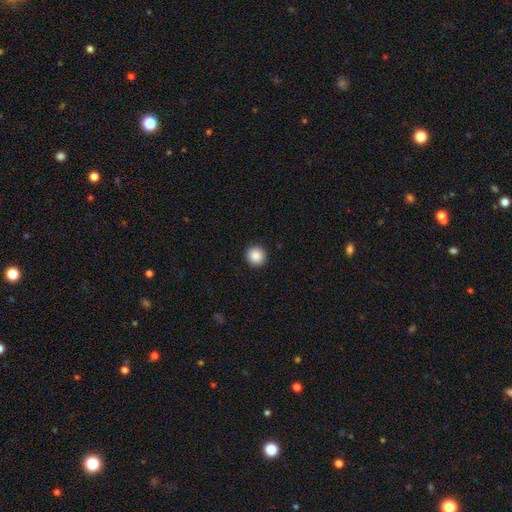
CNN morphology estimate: This appears to be a smooth galaxy with no disk features (89%) that is round (95%). Merging: none (93%).